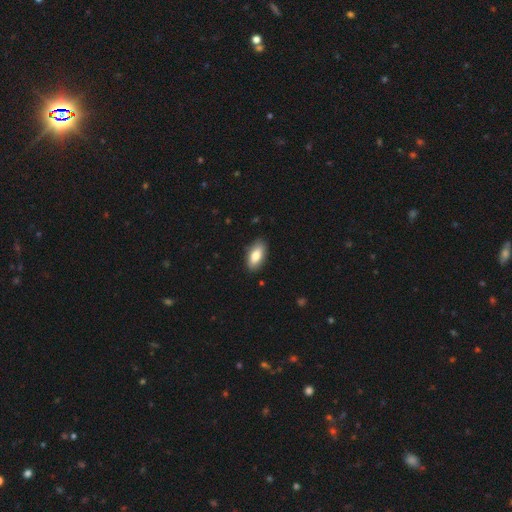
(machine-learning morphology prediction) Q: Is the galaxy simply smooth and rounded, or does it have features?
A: smooth — 80%.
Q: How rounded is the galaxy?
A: in between — 91%.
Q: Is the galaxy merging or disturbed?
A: none — 87%.